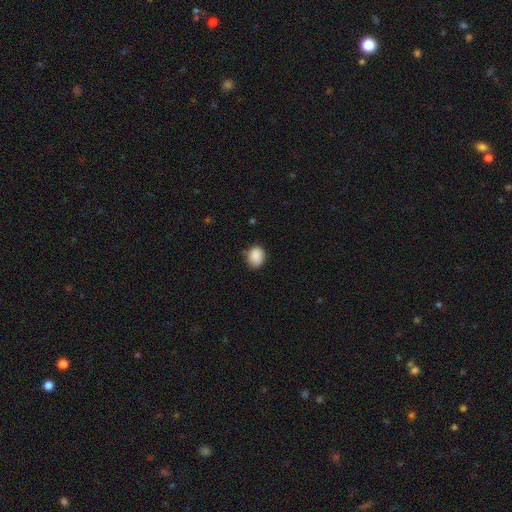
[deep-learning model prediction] This appears to be a smooth galaxy with no disk features (88%) that is in between round and cigar-shaped (50%). Merging: none (75%).